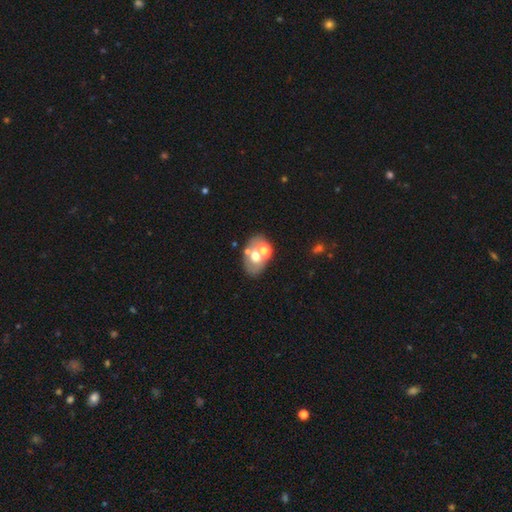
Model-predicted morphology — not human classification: A smooth galaxy with no disk features (48%). Merging: none (51%).